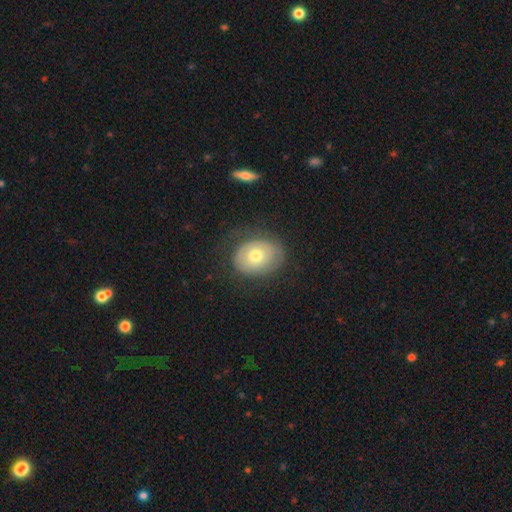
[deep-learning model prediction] smooth-or-featured: smooth: 55% | featured or disk: 37% | star or artifact: 7%
  how-rounded: in between: 62% | round: 37% | cigar-shaped: 1%
  merging: none: 69% | minor disturbance: 19% | major disturbance: 10% | merger: 1%